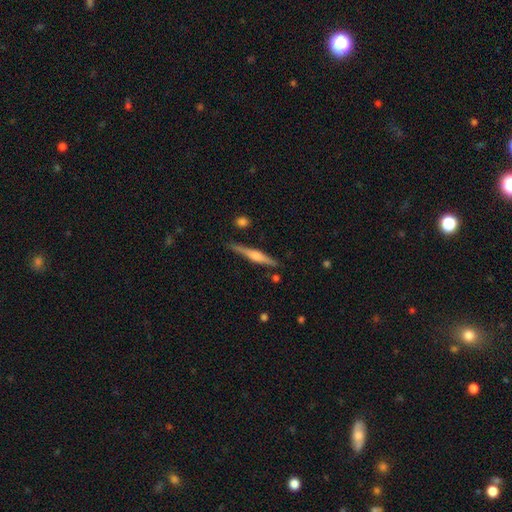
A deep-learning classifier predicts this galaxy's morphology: Smooth or featured? Predicted: featured or disk (p=0.74). Edge-on disk? Predicted: yes (p=0.98). Edge-on bulge? Predicted: rounded (p=0.78). Merging? Predicted: none (p=0.88).